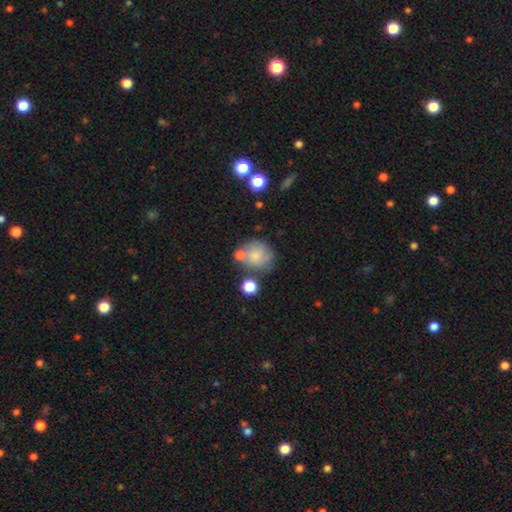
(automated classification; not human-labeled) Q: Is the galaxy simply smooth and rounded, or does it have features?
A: smooth — 73%.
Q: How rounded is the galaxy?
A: round — 84%.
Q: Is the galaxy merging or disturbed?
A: none — 54%.